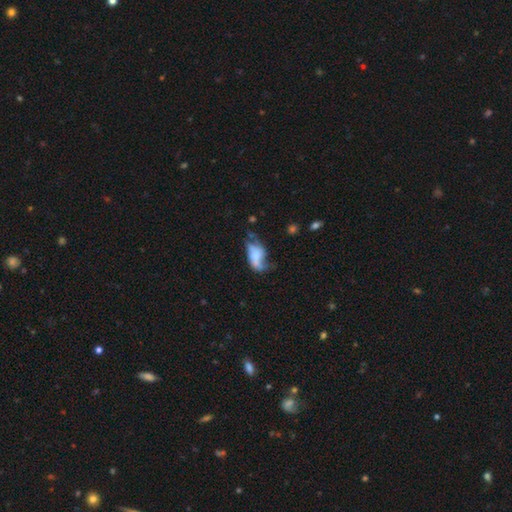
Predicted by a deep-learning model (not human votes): This is possibly a smooth galaxy (51%). How rounded: clearly in between (88%). Merging: marginally major disturbance (37%).